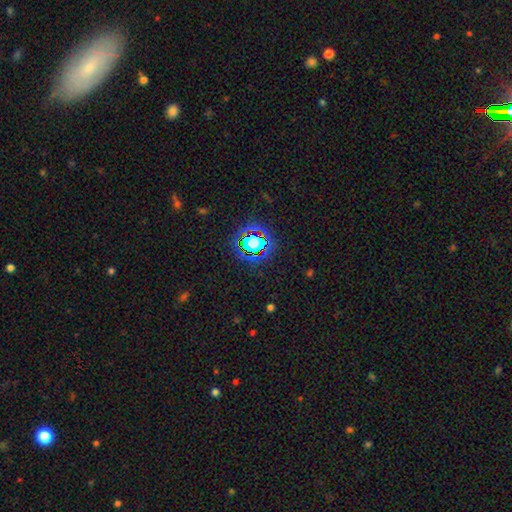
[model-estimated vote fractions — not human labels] The model was most divided on "smooth or featured": star or artifact: 77%, smooth: 14%, featured or disk: 9%.